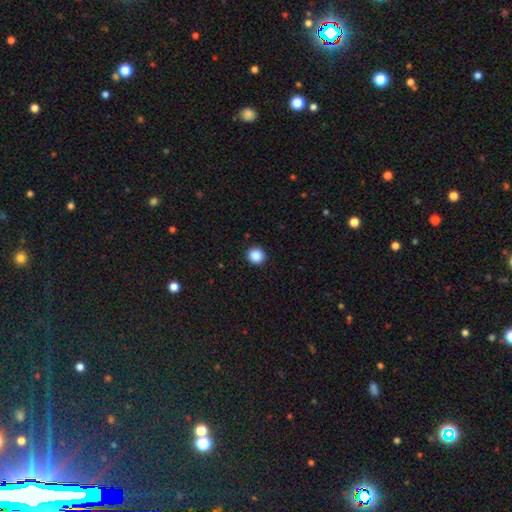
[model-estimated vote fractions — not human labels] Smooth or featured? Predicted: smooth (p=0.87). How rounded? Predicted: round (p=0.94). Merging? Predicted: none (p=0.93).